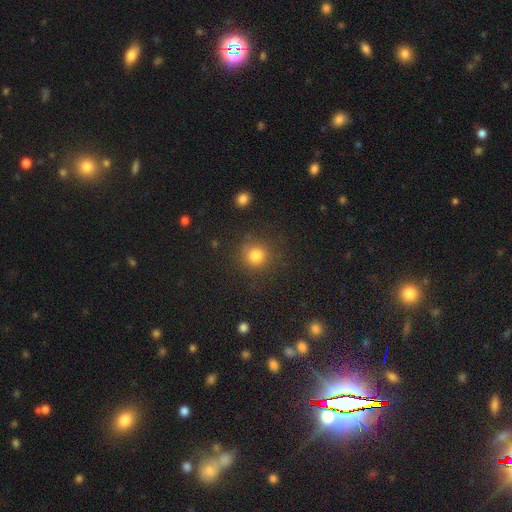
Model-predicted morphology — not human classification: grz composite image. It shows a smooth galaxy with no disk features (81%) that is round (91%). Merging: none (84%).